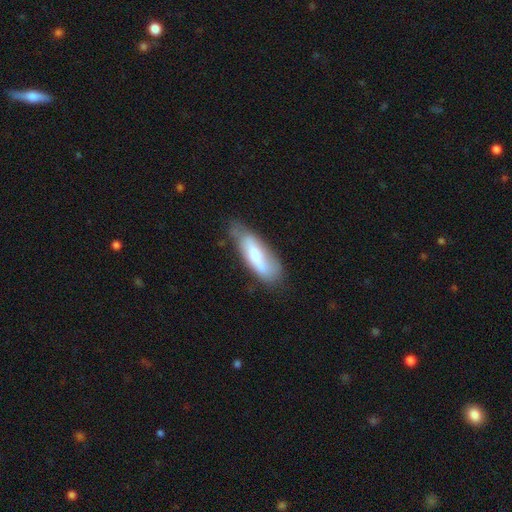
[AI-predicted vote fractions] smooth-or-featured: smooth: 62% | featured or disk: 31% | star or artifact: 6%
  how-rounded: in between: 57% | cigar-shaped: 42% | round: 2%
  merging: none: 56% | minor disturbance: 31% | major disturbance: 9% | merger: 3%